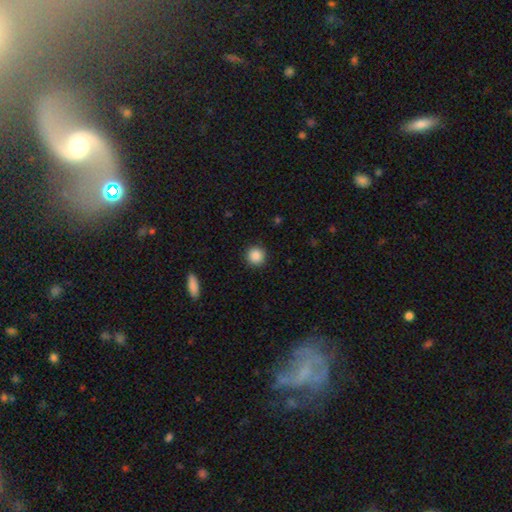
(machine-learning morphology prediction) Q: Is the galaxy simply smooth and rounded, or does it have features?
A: smooth — 88%.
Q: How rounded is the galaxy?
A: round — 94%.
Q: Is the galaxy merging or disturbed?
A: none — 91%.